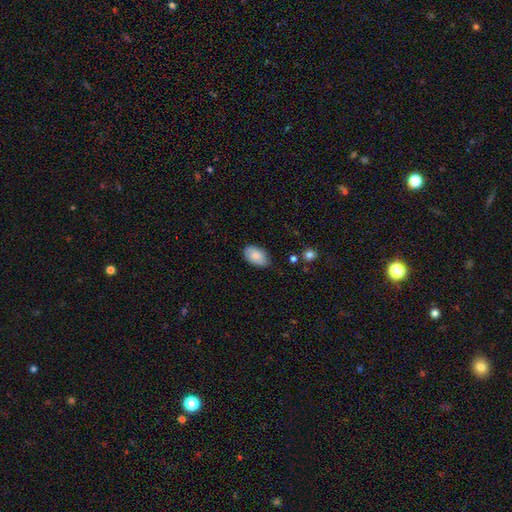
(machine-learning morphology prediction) Q: Smooth or featured?
A: smooth (83%); runner-up: featured or disk (11%)
Q: How rounded?
A: in between (93%); runner-up: round (6%)
Q: Merging?
A: none (76%); runner-up: minor disturbance (20%)